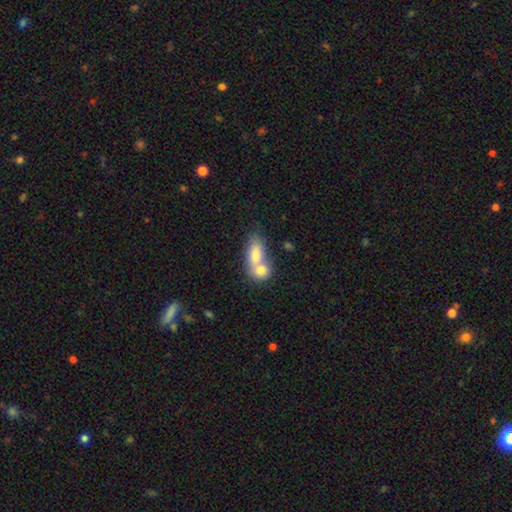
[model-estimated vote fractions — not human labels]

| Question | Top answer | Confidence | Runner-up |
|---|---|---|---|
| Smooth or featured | smooth | 75% | featured or disk (17%) |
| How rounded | in between | 78% | round (13%) |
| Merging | merger | 65% | none (24%) |